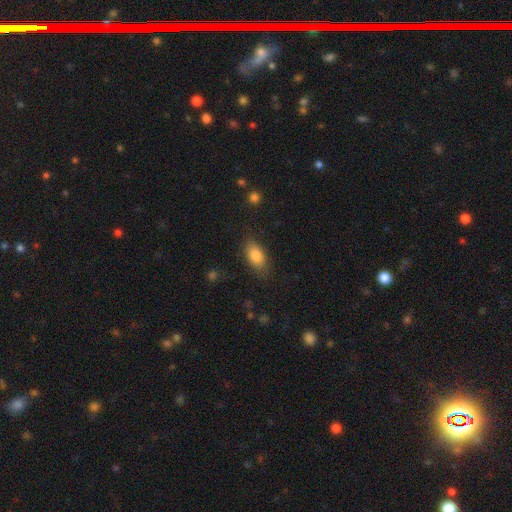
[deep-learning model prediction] Overall: smooth (83%). How rounded: in between (88%). Merging: none (79%).